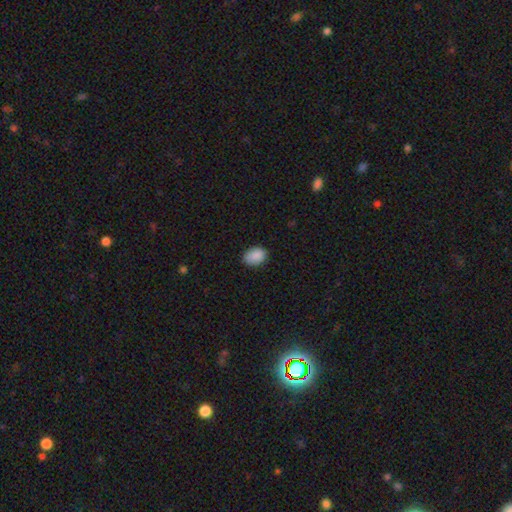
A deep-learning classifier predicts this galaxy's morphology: Q: Smooth or featured?
A: smooth (89%); runner-up: star or artifact (8%)
Q: How rounded?
A: in between (74%); runner-up: round (25%)
Q: Merging?
A: none (82%); runner-up: minor disturbance (14%)